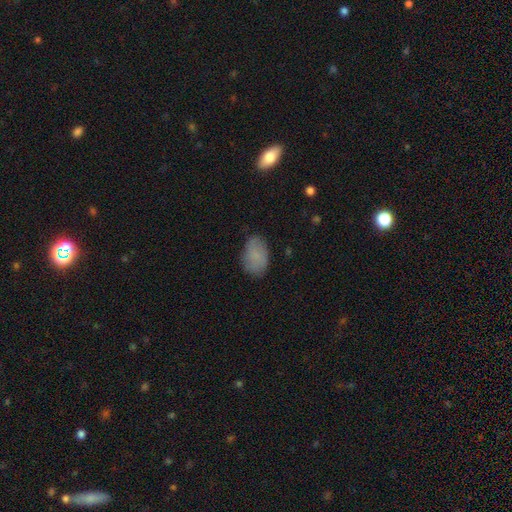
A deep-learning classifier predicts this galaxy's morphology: Q: Smooth or featured?
A: smooth (81%); runner-up: featured or disk (10%)
Q: How rounded?
A: in between (89%); runner-up: round (9%)
Q: Merging?
A: none (75%); runner-up: minor disturbance (19%)